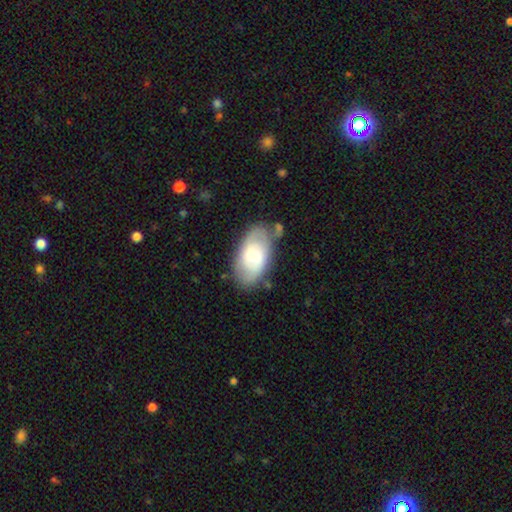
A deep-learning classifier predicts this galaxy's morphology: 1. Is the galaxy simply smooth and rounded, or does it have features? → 49% featured or disk, 45% smooth, 6% star or artifact.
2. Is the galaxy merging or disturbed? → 72% none, 18% minor disturbance, 5% major disturbance, 4% merger.